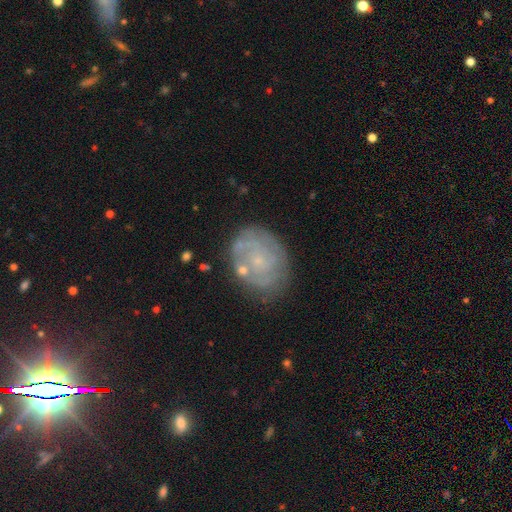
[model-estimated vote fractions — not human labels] This appears to be a featured or disk galaxy (57%) with no bar (74%), spiral arms (69%) and a small central bulge (73%). Merging: none (73%).